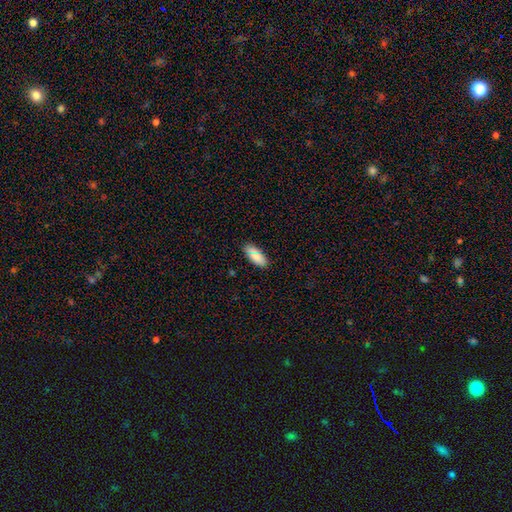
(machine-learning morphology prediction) type=smooth (84%); roundness=in between (85%); merging=none (83%).